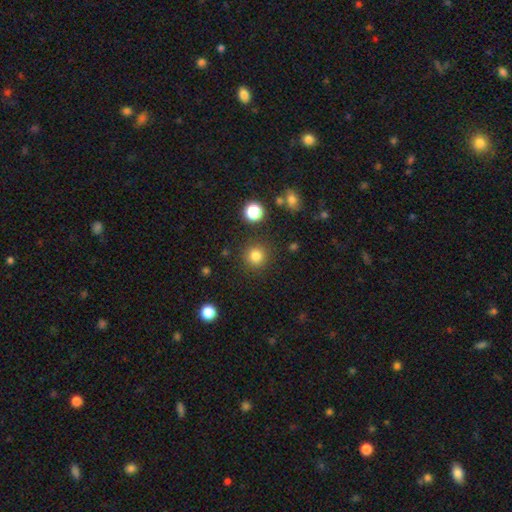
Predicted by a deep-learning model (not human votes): The model was most divided on "smooth or featured": smooth: 82%, star or artifact: 13%, featured or disk: 5%. More confident: how rounded — round (94%); merging — none (89%).